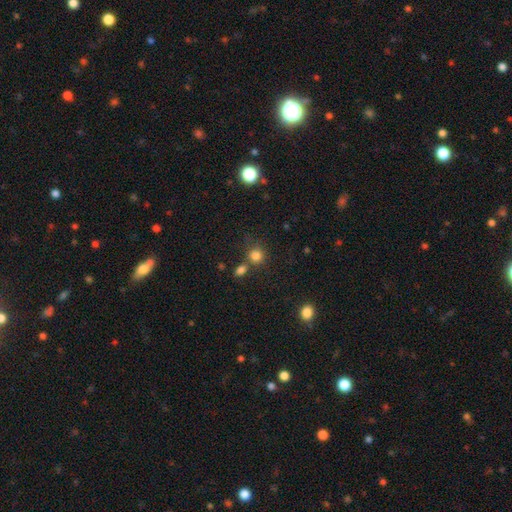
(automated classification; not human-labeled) Morphology: type=smooth (80%); roundness=round (83%); merging=none (61%).